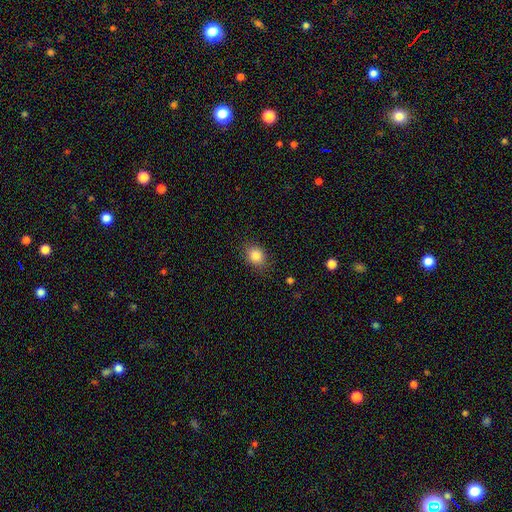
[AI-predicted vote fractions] smooth 84%, star or artifact 10%, featured or disk 6%. Down the decision tree: how rounded — in between (52%); merging — none (84%).